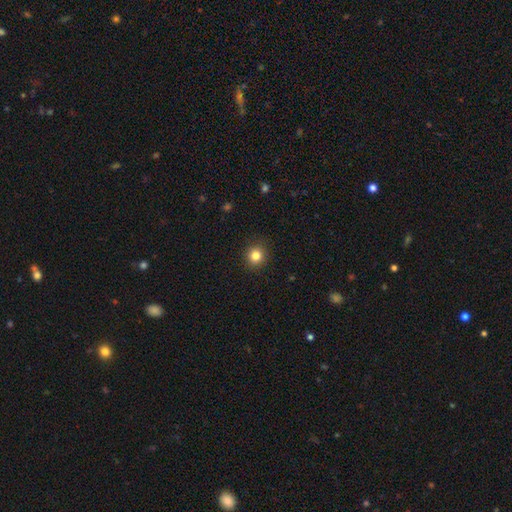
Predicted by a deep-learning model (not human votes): A smooth galaxy with no disk features (83%) that is round (89%). Merging: none (91%).